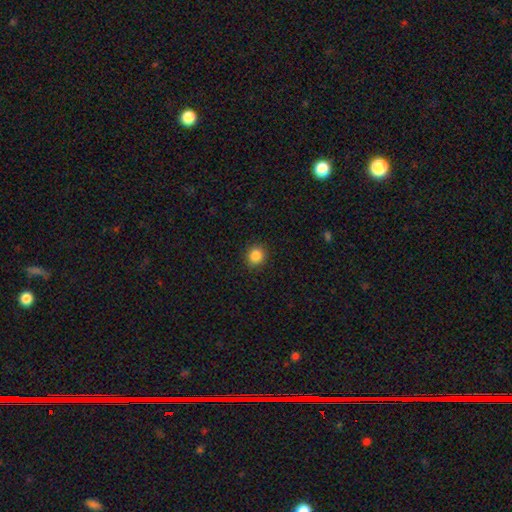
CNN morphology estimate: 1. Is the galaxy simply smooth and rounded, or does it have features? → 86% smooth, 11% star or artifact, 4% featured or disk.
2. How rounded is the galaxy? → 87% round, 12% in between, 1% cigar-shaped.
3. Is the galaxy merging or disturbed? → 91% none, 6% minor disturbance, 2% major disturbance, 1% merger.